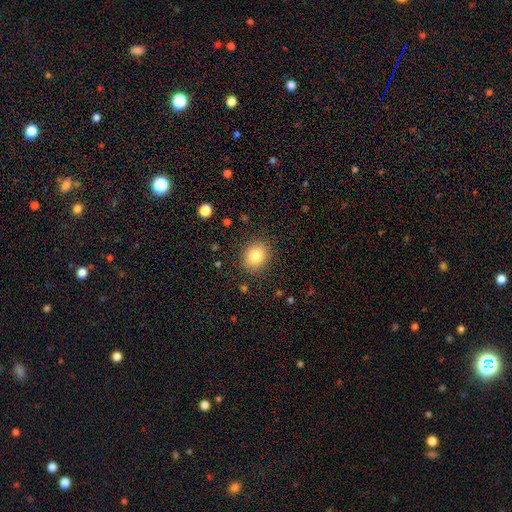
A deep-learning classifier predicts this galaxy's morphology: This appears to be a smooth galaxy with no disk features (82%) that is round (64%). Merging: none (86%).